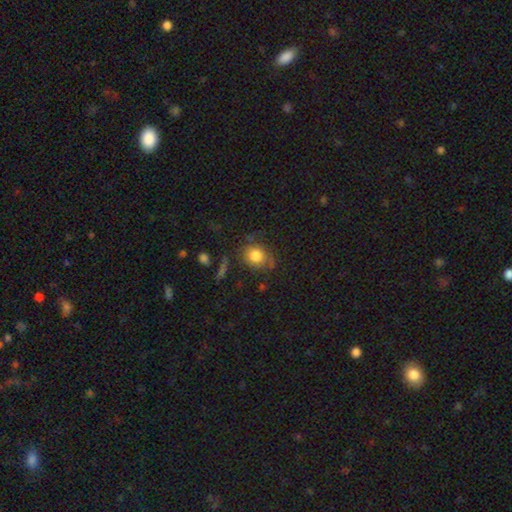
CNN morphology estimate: Smooth or featured?
  - smooth: 75% *
  - featured or disk: 16%
  - star or artifact: 9%
How rounded?
  - round: 59% *
  - in between: 40%
  - cigar-shaped: 1%
Merging?
  - none: 64% *
  - minor disturbance: 23%
  - major disturbance: 10%
  - merger: 3%